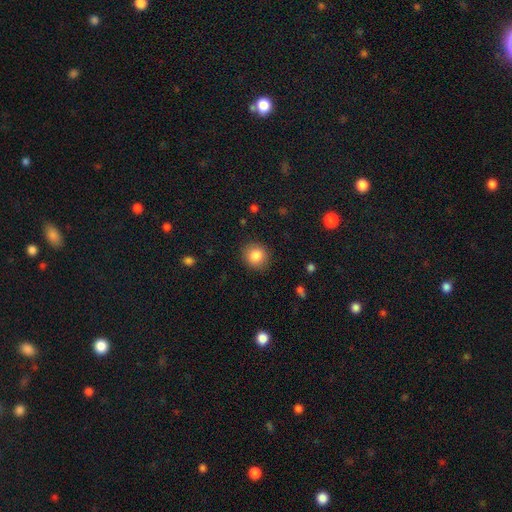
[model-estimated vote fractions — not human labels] Q: Smooth or featured?
A: smooth (85%); runner-up: star or artifact (9%)
Q: How rounded?
A: round (88%); runner-up: in between (11%)
Q: Merging?
A: none (89%); runner-up: minor disturbance (7%)